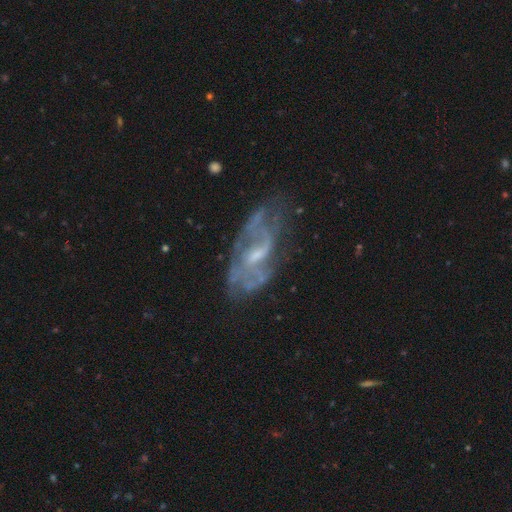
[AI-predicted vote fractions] smooth_or_featured: featured or disk (p=0.77) [alt: smooth p=0.14]
disk_edge_on: no (p=0.92) [alt: yes p=0.08]
bar: weak (p=0.47) [alt: no p=0.41]
has_spiral_arms: yes (p=0.68) [alt: no p=0.32]
bulge_size: small (p=0.46) [alt: moderate p=0.36]
merging: none (p=0.56) [alt: minor disturbance p=0.23]